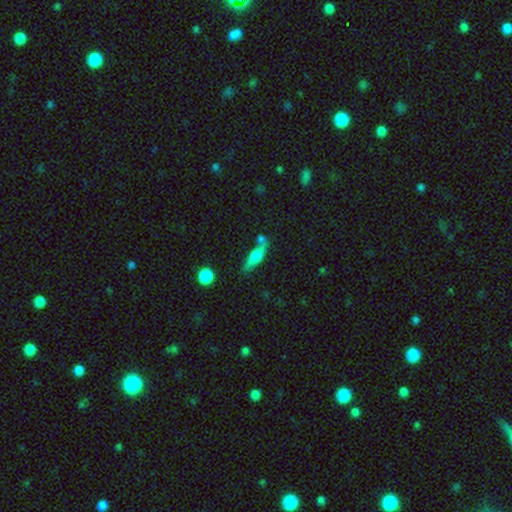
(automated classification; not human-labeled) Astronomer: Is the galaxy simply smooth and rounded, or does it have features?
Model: smooth — 55% (runner-up: featured or disk, 36%).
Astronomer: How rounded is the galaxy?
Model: cigar-shaped — 50% (runner-up: in between, 44%).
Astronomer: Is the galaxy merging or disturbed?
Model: none — 50%.